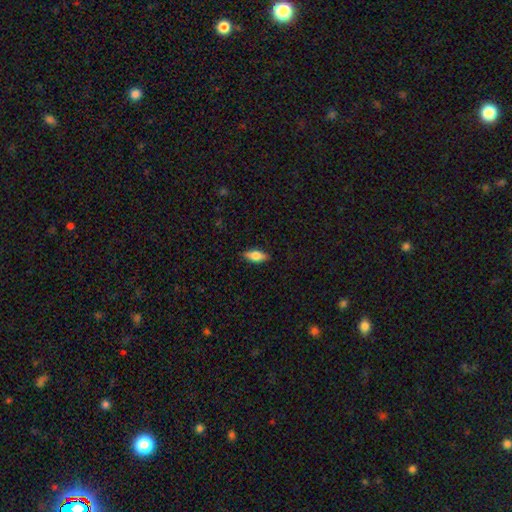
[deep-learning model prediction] Smooth or featured: smooth — 66% (featured or disk — 27%)
How rounded: in between — 77% (cigar-shaped — 19%)
Merging: none — 87% (minor disturbance — 10%)